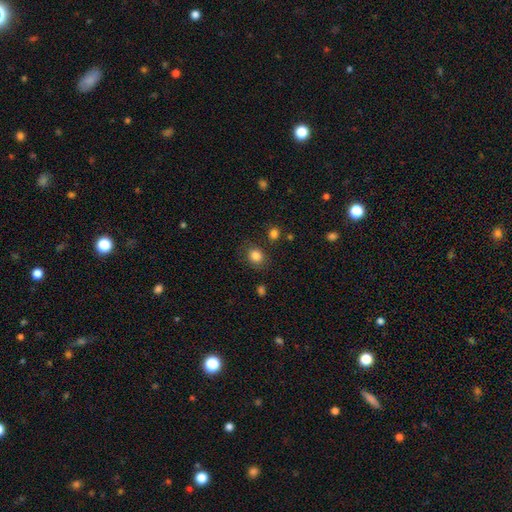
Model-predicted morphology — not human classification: Smooth or featured? smooth (85%)
How rounded? round (67%)
Merging? none (80%)